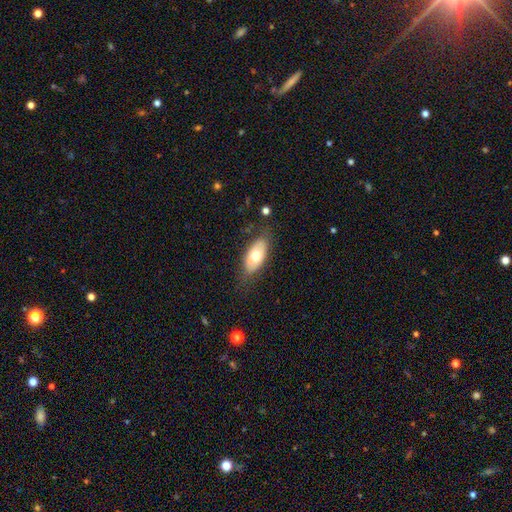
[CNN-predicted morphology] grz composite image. It shows a smooth galaxy with no disk features (58%) that is in between round and cigar-shaped (90%). Merging: none (74%).